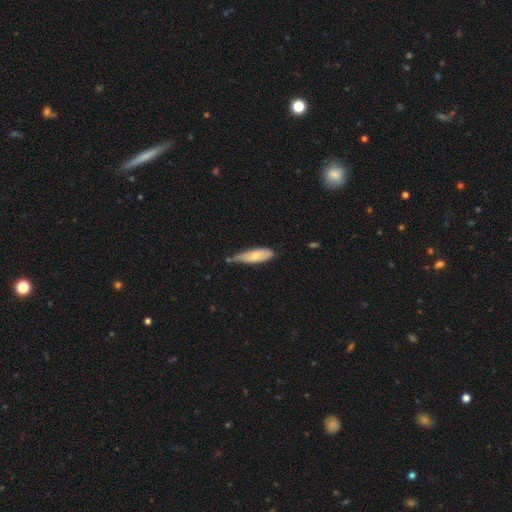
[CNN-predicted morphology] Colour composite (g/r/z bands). It shows a smooth galaxy with no disk features (71%) that is in between round and cigar-shaped (53%). Merging: none (43%).